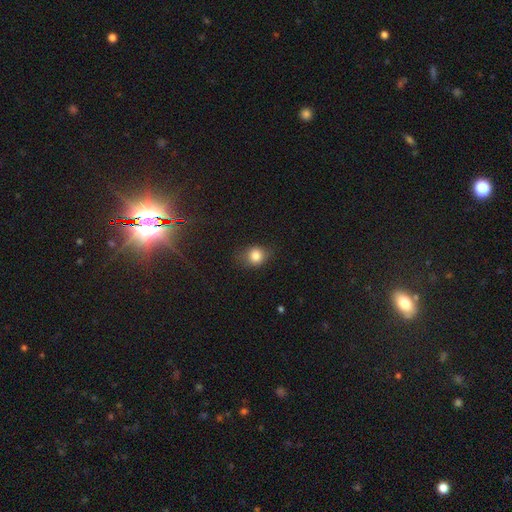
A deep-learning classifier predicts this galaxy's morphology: This appears to be a smooth galaxy with no disk features (81%) that is round (67%). Merging: none (71%).